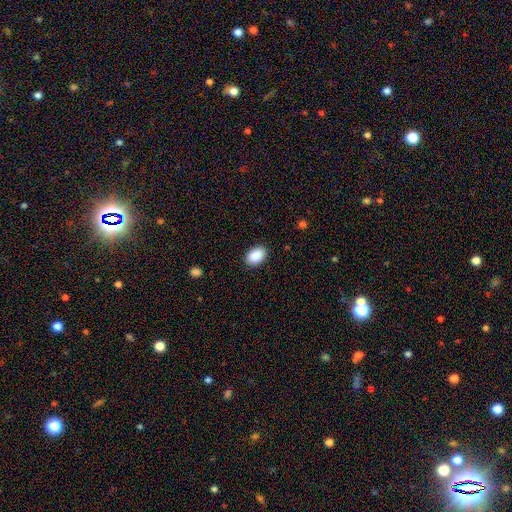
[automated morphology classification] smooth 89%, star or artifact 7%, featured or disk 4%. Down the decision tree: how rounded — in between (84%); merging — none (89%).